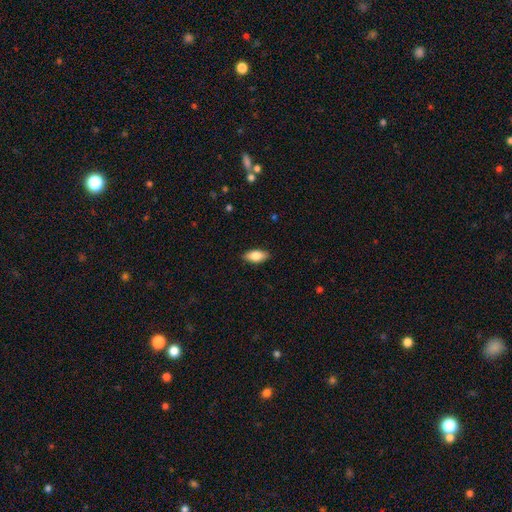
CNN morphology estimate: Smooth or featured? Predicted: smooth (p=0.80). How rounded? Predicted: in between (p=0.86). Merging? Predicted: none (p=0.88).